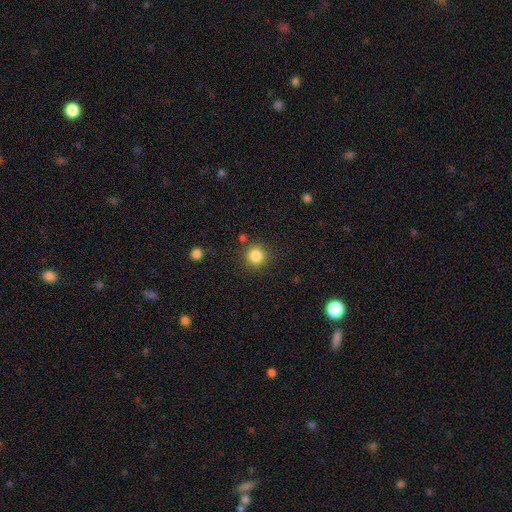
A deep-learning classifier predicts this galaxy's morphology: Q: Smooth or featured?
A: smooth (84%); runner-up: star or artifact (11%)
Q: How rounded?
A: round (93%); runner-up: in between (6%)
Q: Merging?
A: none (85%); runner-up: minor disturbance (8%)